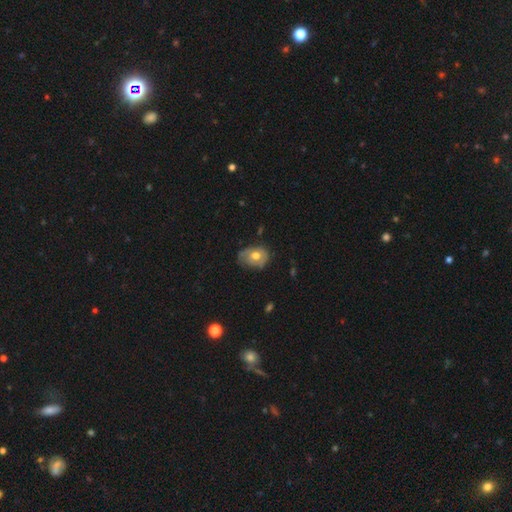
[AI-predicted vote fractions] Overall: smooth (54%; featured or disk 39%). How rounded: in between (59%; round 40%). Merging: none (52%; minor disturbance 35%).